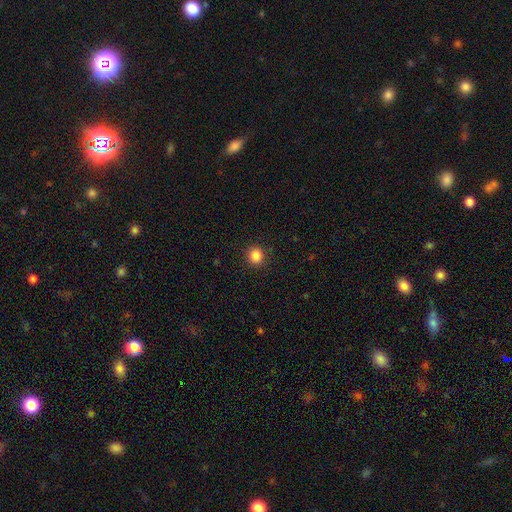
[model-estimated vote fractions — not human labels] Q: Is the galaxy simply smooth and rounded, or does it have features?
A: smooth — 85%.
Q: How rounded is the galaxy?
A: round — 91%.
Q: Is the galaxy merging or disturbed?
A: none — 91%.